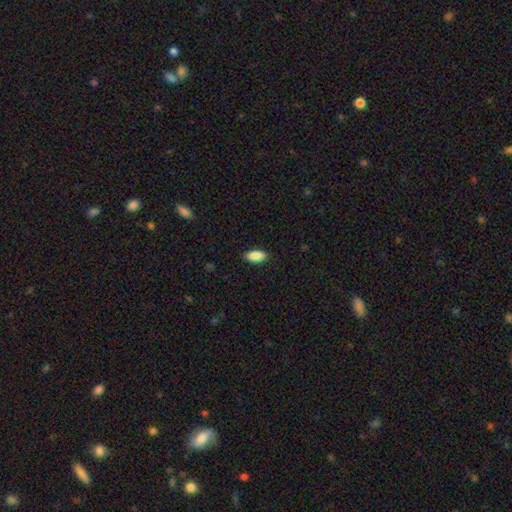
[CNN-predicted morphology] This appears to be a smooth galaxy with no disk features (89%) that is in between round and cigar-shaped (86%). Merging: none (87%).